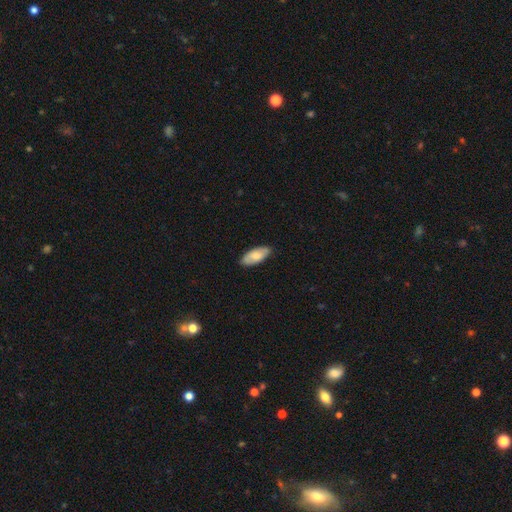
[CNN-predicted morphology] smooth 74%, featured or disk 20%, star or artifact 6%. Down the decision tree: how rounded — in between (87%); merging — none (85%).